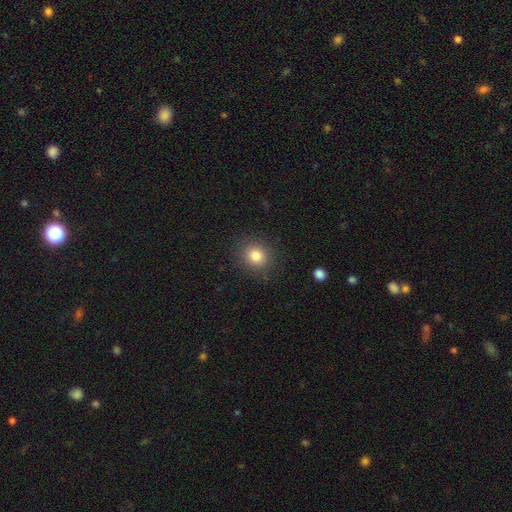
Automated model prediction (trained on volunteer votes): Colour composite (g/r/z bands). It shows a smooth galaxy with no disk features (82%) that is round (79%). Merging: none (88%).